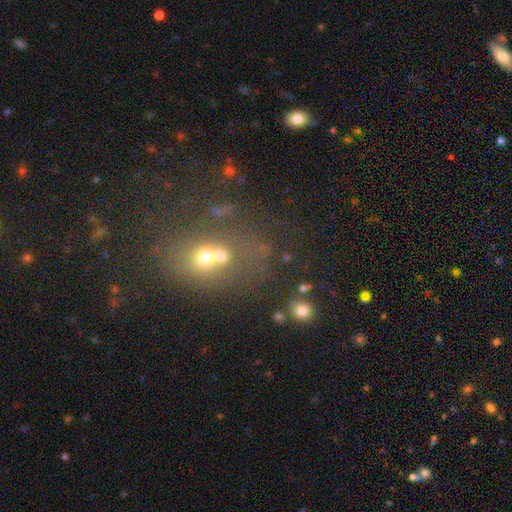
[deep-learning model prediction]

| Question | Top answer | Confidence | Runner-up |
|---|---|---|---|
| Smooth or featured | smooth | 47% | star or artifact (30%) |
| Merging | merger | 50% | none (32%) |